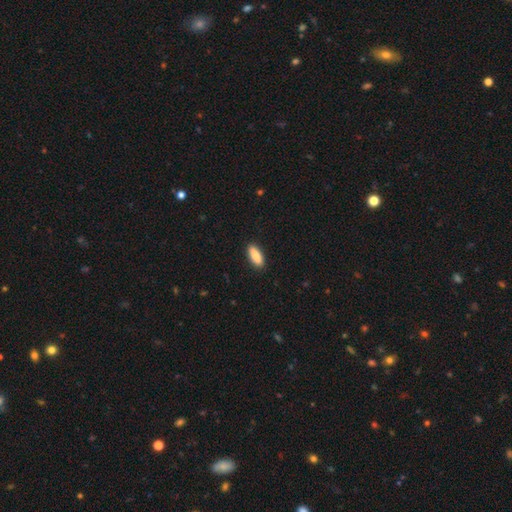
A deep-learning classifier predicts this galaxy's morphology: smooth-or-featured: smooth: 89% | star or artifact: 6% | featured or disk: 6%
  how-rounded: in between: 70% | cigar-shaped: 28% | round: 2%
  merging: none: 90% | minor disturbance: 7% | major disturbance: 2% | merger: 1%